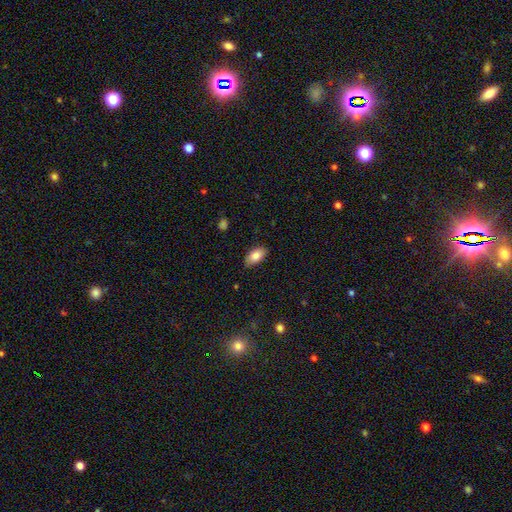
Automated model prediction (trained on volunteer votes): Overall: smooth (84%). How rounded: in between (93%). Merging: none (85%).